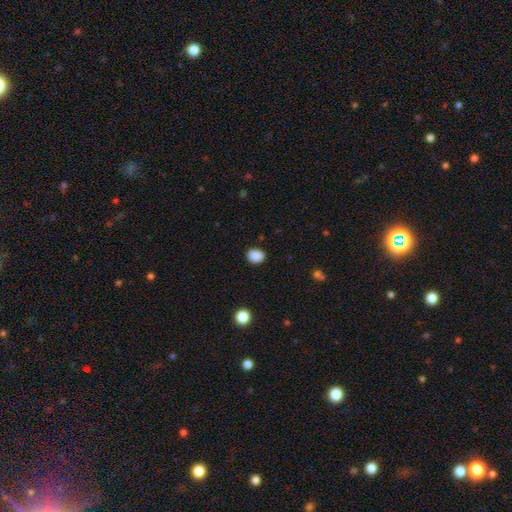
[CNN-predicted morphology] This is clearly a smooth galaxy (88%). How rounded: possibly round (51%). Merging: clearly none (86%).